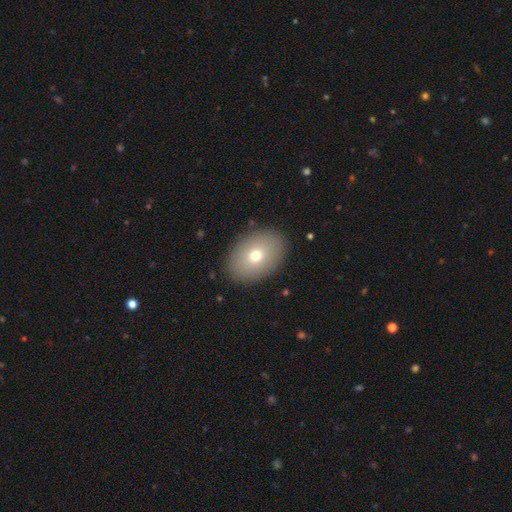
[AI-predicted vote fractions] Smooth or featured? smooth (74%)
How rounded? in between (78%)
Merging? none (88%)